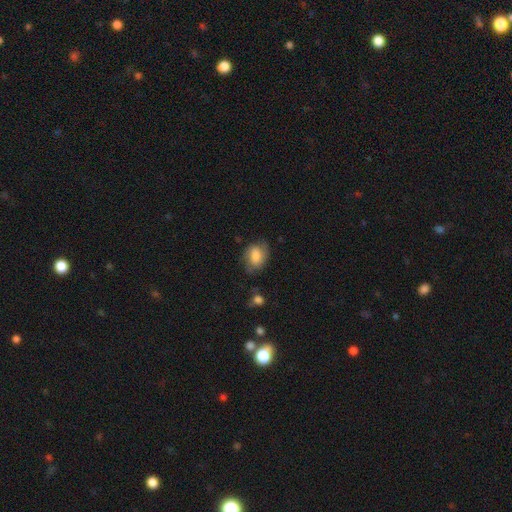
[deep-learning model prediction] Smooth or featured?
  - smooth: 67% *
  - featured or disk: 26%
  - star or artifact: 8%
How rounded?
  - in between: 73% *
  - round: 25%
  - cigar-shaped: 1%
Merging?
  - none: 61% *
  - minor disturbance: 26%
  - major disturbance: 10%
  - merger: 2%